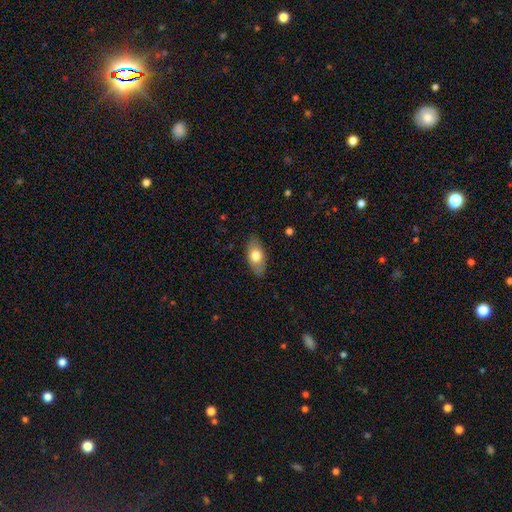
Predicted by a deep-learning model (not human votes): A smooth galaxy with no disk features (73%) that is in between round and cigar-shaped (90%).

Vote fractions:
- Smooth or featured? smooth: 73% / featured or disk: 21% / star or artifact: 6%
- How rounded? in between: 90% / cigar-shaped: 5% / round: 5%
- Merging? none: 84% / minor disturbance: 12% / major disturbance: 3% / merger: 1%